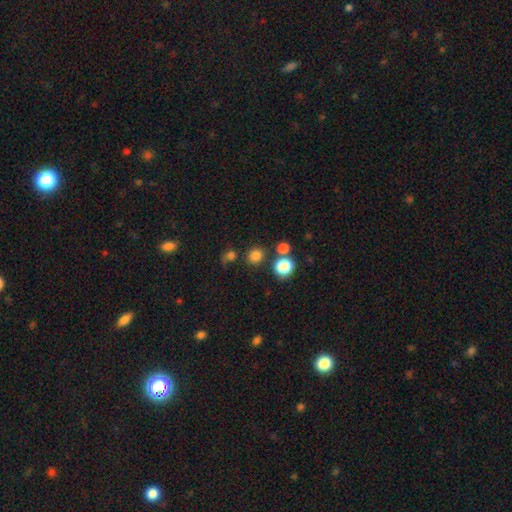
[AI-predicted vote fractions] This appears to be a smooth galaxy with no disk features (77%) that is round (85%). Merging: none (79%).